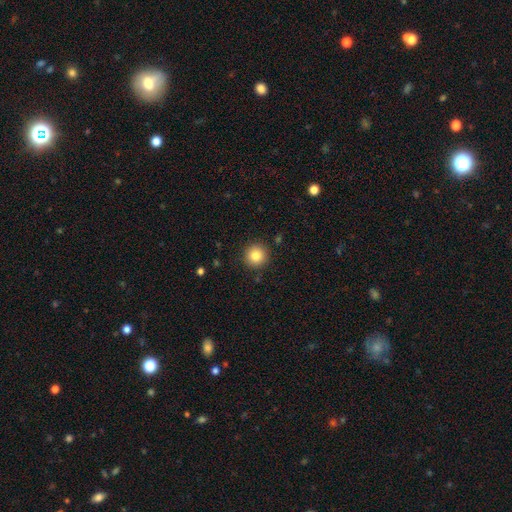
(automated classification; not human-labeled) A smooth galaxy with no disk features (85%) that is round (95%). Merging: none (90%).